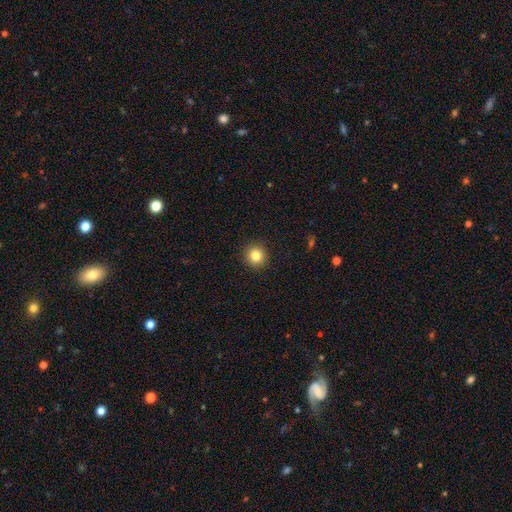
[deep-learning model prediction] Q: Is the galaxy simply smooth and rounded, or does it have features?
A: smooth — 83%.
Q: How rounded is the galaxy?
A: round — 92%.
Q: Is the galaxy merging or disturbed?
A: none — 92%.